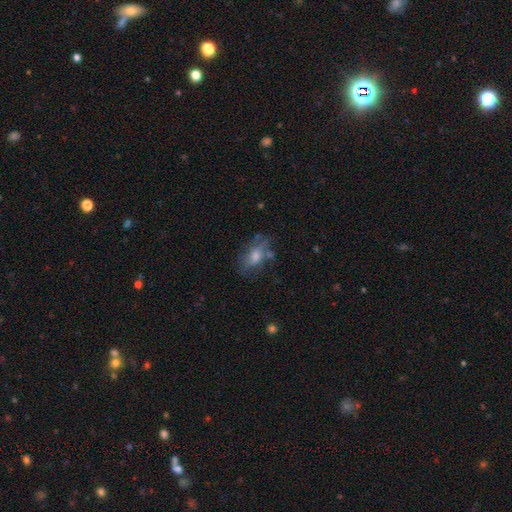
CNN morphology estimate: Smooth or featured? featured or disk (46%)
Merging? none (54%)